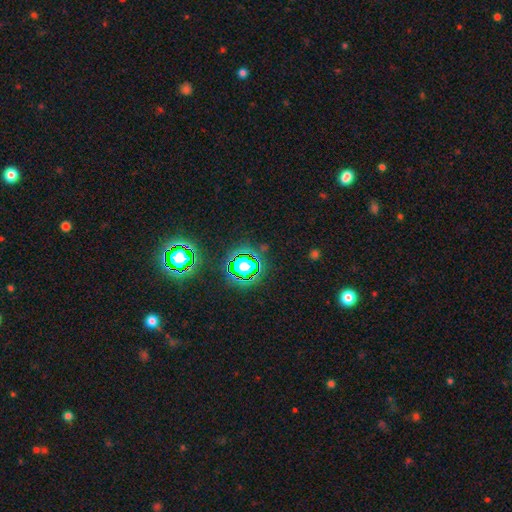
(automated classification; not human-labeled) Smooth or featured? star or artifact (80%)